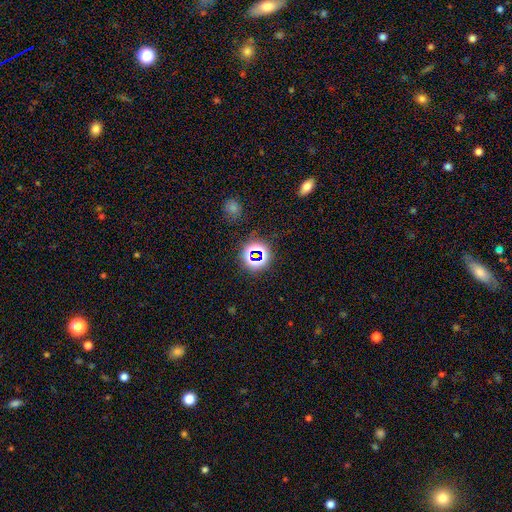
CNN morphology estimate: type=star or artifact (70%).